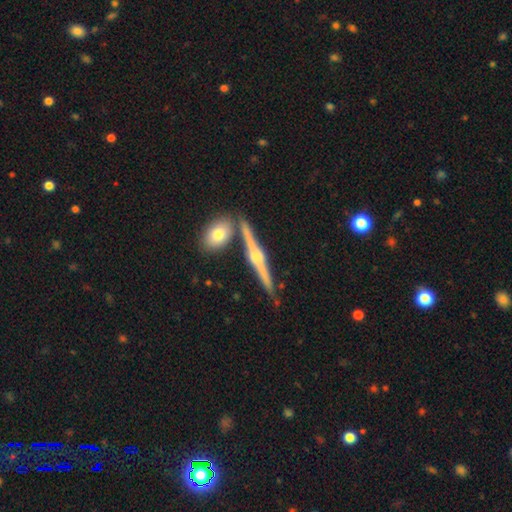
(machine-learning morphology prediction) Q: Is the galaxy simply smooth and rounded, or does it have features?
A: featured or disk — 82%.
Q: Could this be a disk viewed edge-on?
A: yes — 98%.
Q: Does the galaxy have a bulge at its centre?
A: rounded — 92%.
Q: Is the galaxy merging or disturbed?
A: none — 80%.